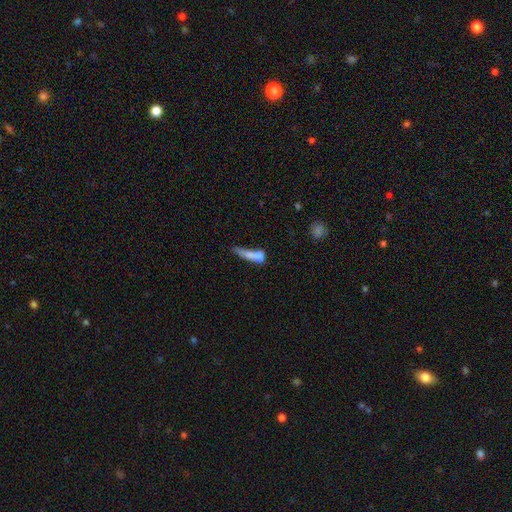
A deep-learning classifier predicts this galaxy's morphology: Smooth or featured?
  - smooth: 64% *
  - featured or disk: 26%
  - star or artifact: 10%
How rounded?
  - cigar-shaped: 59% *
  - in between: 30%
  - round: 11%
Merging?
  - merger: 44% *
  - none: 23%
  - major disturbance: 19%
  - minor disturbance: 14%